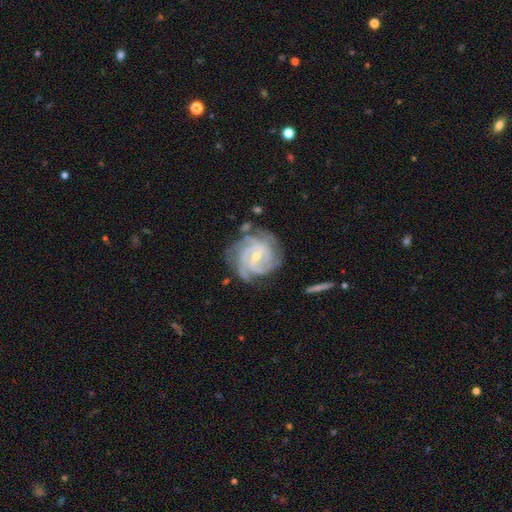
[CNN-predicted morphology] A featured or disk galaxy (89%) with a weak bar (50%), 3 (33%) tight (68%) spiral arms (97%) and a small central bulge (57%).

Vote fractions:
- Smooth or featured? featured or disk: 89% / smooth: 6% / star or artifact: 5%
- Edge-on disk? no: 98% / yes: 2%
- Bar? weak: 50% / no: 34% / strong: 16%
- Spiral arms? yes: 97% / no: 3%
- Spiral winding? tight: 68% / medium: 27% / loose: 5%
- Spiral arm count? 3: 33% / 4: 23% / can't tell: 19% / 2: 13% / more than 4: 5% / 1: 5%
- Bulge size? small: 57% / moderate: 39% / none: 1% / large: 1% / dominant: 1%
- Merging? none: 69% / minor disturbance: 20% / major disturbance: 9% / merger: 3%